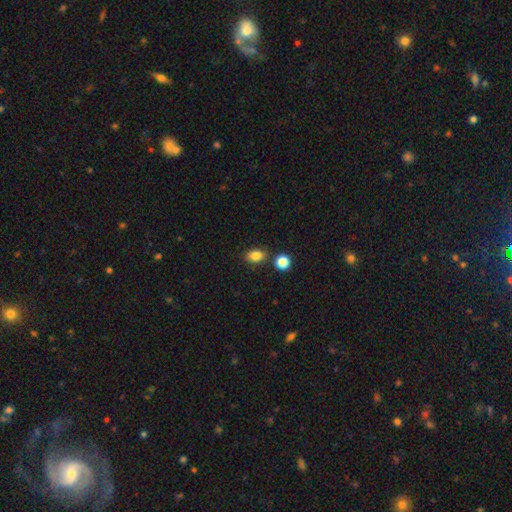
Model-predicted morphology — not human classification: type=smooth (84%); roundness=in between (70%); merging=none (78%).